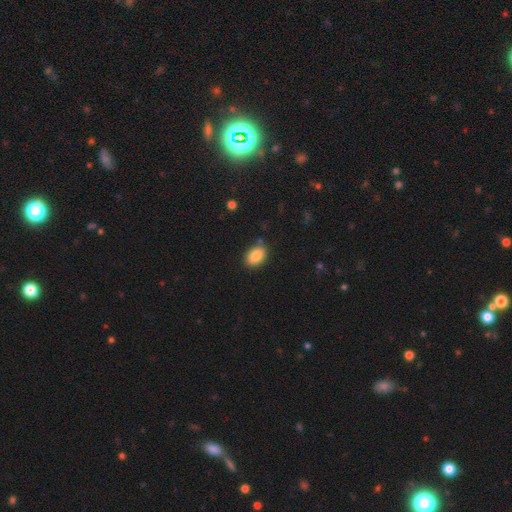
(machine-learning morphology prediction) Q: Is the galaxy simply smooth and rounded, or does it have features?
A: smooth — 87%.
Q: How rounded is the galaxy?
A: in between — 82%.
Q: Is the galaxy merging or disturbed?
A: none — 81%.